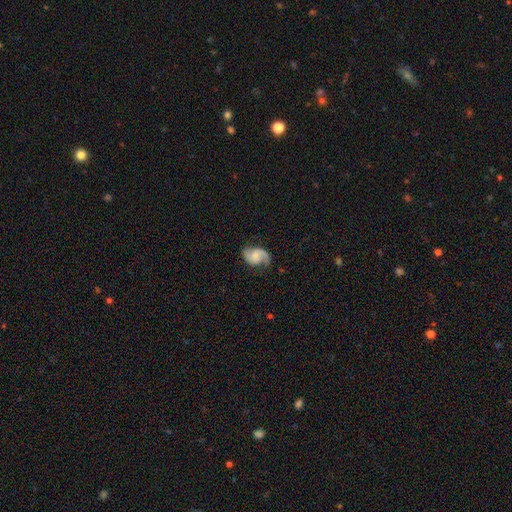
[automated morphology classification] Smooth or featured? Predicted: featured or disk (p=0.78). Edge-on disk? Predicted: no (p=0.98). Bar? Predicted: no (p=0.55). Spiral arms? Predicted: yes (p=0.96). Spiral winding? Predicted: medium (p=0.46). Spiral arm count? Predicted: 2 (p=0.83). Bulge size? Predicted: small (p=0.39). Merging? Predicted: none (p=0.70).